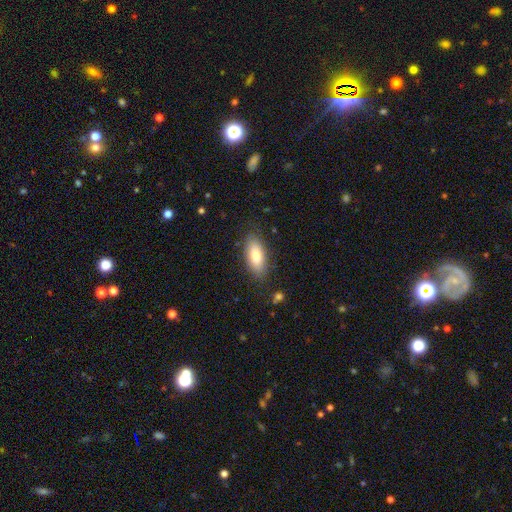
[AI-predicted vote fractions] This appears to be a smooth galaxy with no disk features (78%) that is in between round and cigar-shaped (84%). Merging: none (81%).